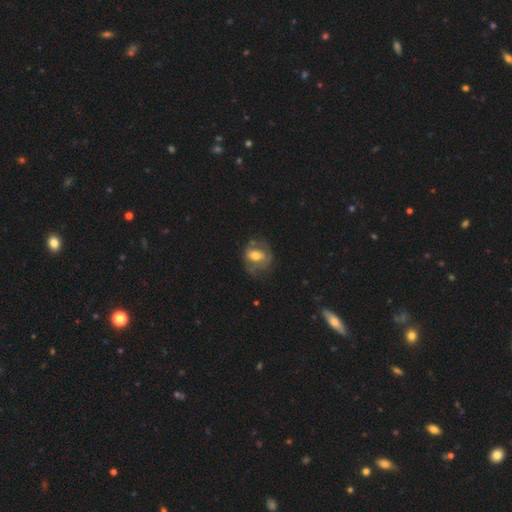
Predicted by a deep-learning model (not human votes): smooth-or-featured: featured or disk: 50% | smooth: 43% | star or artifact: 7%
  merging: none: 54% | minor disturbance: 26% | major disturbance: 18% | merger: 2%